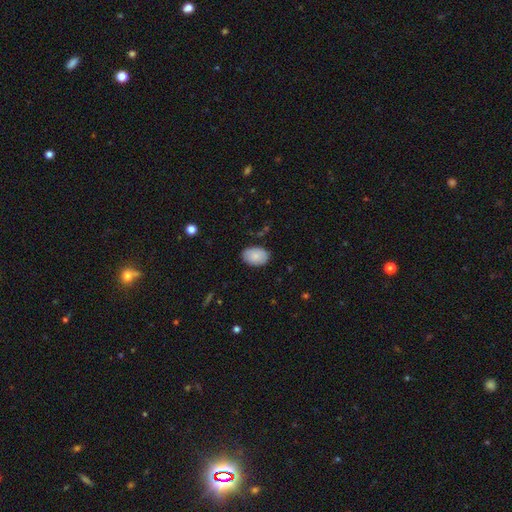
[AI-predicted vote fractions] Q: Smooth or featured?
A: smooth (85%); runner-up: featured or disk (8%)
Q: How rounded?
A: in between (88%); runner-up: round (11%)
Q: Merging?
A: none (85%); runner-up: minor disturbance (12%)